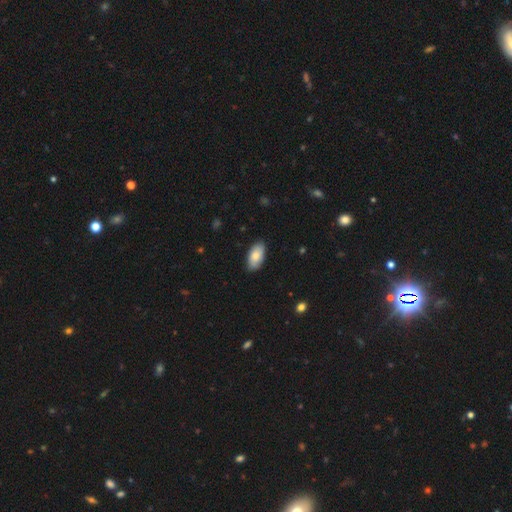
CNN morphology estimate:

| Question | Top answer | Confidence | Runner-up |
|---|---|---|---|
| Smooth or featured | smooth | 79% | featured or disk (15%) |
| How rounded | in between | 95% | cigar-shaped (3%) |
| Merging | none | 84% | minor disturbance (13%) |